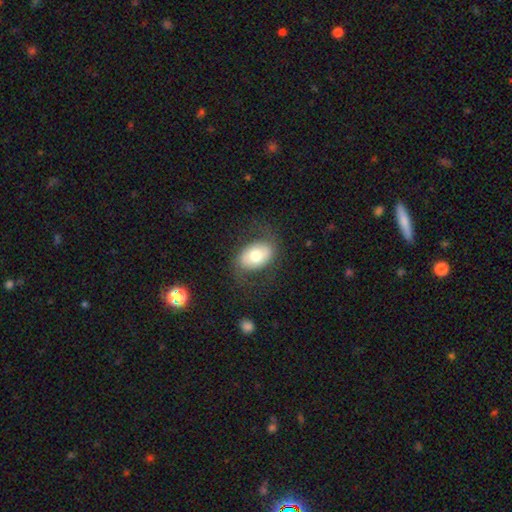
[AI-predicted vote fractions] smooth_or_featured: smooth (p=0.59) [alt: featured or disk p=0.34]
how_rounded: in between (p=0.83) [alt: round p=0.15]
merging: none (p=0.72) [alt: minor disturbance p=0.15]